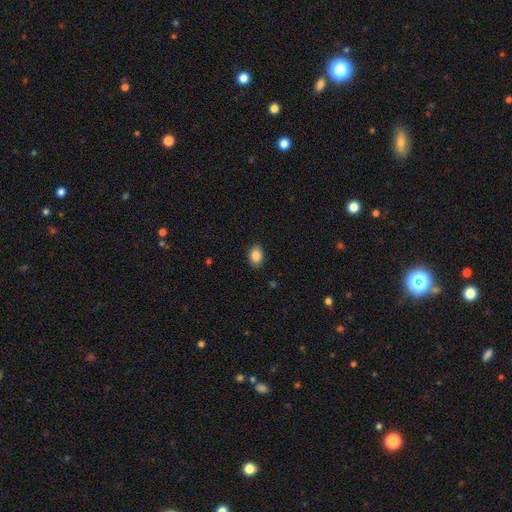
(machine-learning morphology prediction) This appears to be a smooth galaxy with no disk features (88%) that is in between round and cigar-shaped (71%). Merging: none (86%).